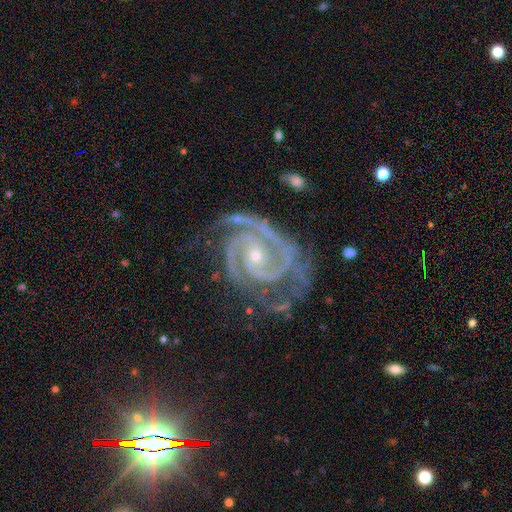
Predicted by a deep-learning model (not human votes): Smooth or featured? Predicted: featured or disk (p=0.93). Edge-on disk? Predicted: no (p=0.98). Bar? Predicted: no (p=0.59). Spiral arms? Predicted: yes (p=0.99). Spiral winding? Predicted: tight (p=0.68). Spiral arm count? Predicted: 2 (p=0.75). Bulge size? Predicted: small (p=0.70). Merging? Predicted: none (p=0.62).